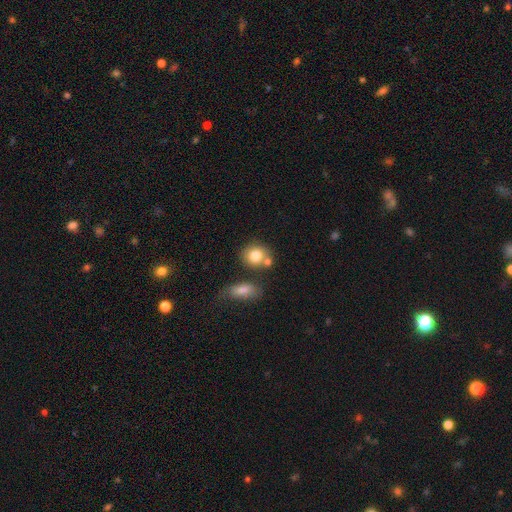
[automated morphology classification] This appears to be a smooth galaxy with no disk features (79%) that is round (70%). Merging: none (55%).